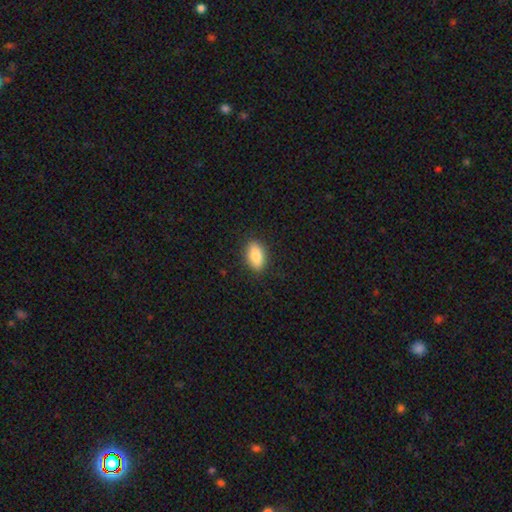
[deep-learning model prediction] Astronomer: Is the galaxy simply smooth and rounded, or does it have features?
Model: smooth — 82%.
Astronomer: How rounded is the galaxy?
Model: in between — 87%.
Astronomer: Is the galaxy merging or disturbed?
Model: none — 87%.